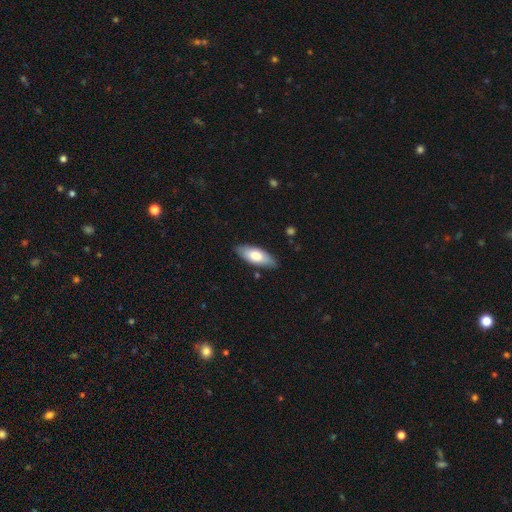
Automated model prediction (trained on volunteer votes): This appears to be a smooth galaxy with no disk features (73%) that is in between round and cigar-shaped (79%). Merging: none (84%).